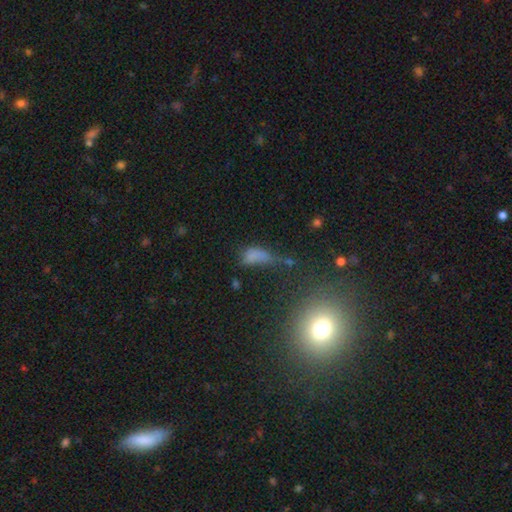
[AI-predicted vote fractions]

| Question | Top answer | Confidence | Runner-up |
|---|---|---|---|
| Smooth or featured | smooth | 60% | star or artifact (24%) |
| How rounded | in between | 72% | cigar-shaped (17%) |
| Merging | major disturbance | 37% | none (26%) |